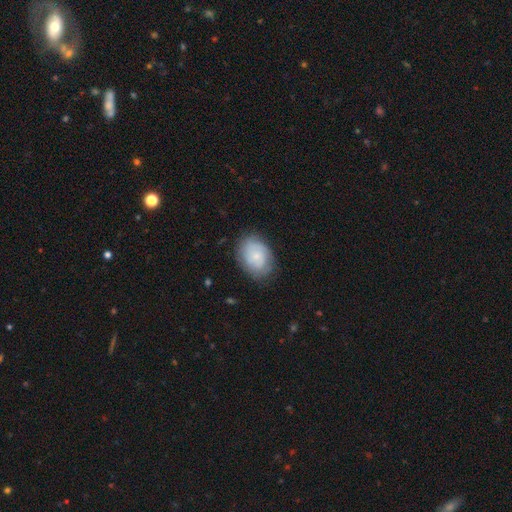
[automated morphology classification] Smooth or featured: smooth — 50% (featured or disk — 42%)
How rounded: in between — 73% (round — 26%)
Merging: none — 75% (minor disturbance — 19%)